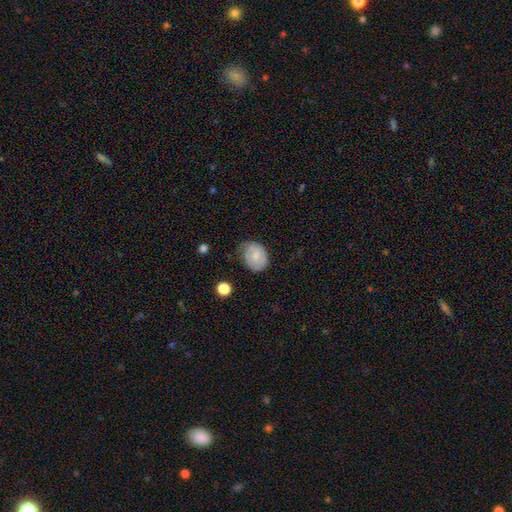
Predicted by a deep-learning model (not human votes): Morphology: type=smooth (64%); roundness=in between (56%); merging=none (61%).